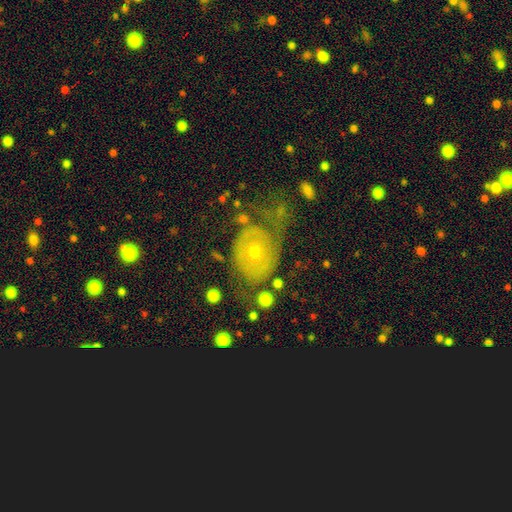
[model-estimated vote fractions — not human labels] Morphology: type=featured or disk (60%); edge-on=no (95%); bar=no (85%); spiral arms=yes (75%); bulge=small (57%); merging=none (54%).